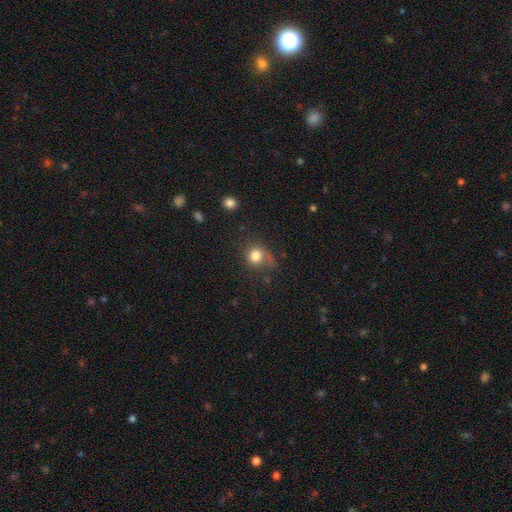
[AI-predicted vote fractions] smooth 80%, star or artifact 11%, featured or disk 8%. Down the decision tree: how rounded — round (80%); merging — none (56%).